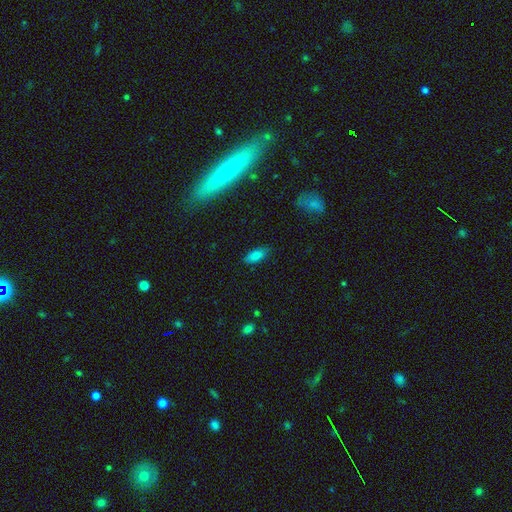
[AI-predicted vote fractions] smooth-or-featured: smooth: 82% | star or artifact: 10% | featured or disk: 8%
  how-rounded: in between: 83% | cigar-shaped: 14% | round: 3%
  merging: none: 83% | minor disturbance: 13% | major disturbance: 3% | merger: 1%